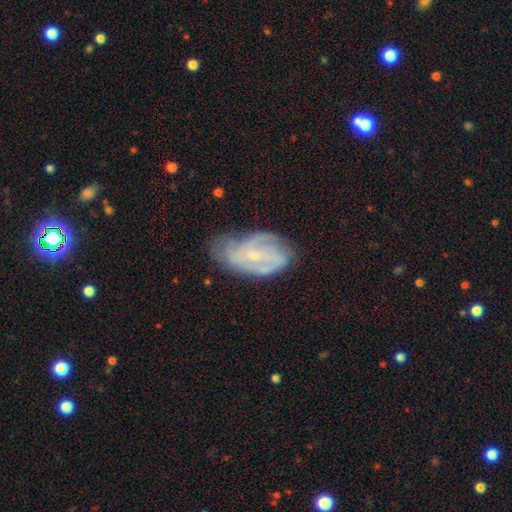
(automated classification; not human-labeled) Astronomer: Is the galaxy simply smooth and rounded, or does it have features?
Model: featured or disk — 73%.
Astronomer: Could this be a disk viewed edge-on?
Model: no — 96%.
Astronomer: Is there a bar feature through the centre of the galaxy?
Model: no — 47% (runner-up: weak, 42%).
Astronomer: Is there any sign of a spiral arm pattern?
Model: yes — 86%.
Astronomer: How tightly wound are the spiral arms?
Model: tight — 44% (runner-up: medium, 41%).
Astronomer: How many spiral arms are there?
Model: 2 — 36% (runner-up: can't tell, 33%).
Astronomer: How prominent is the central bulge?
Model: small — 72%.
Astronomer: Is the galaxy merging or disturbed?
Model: none — 53% (runner-up: minor disturbance, 31%).